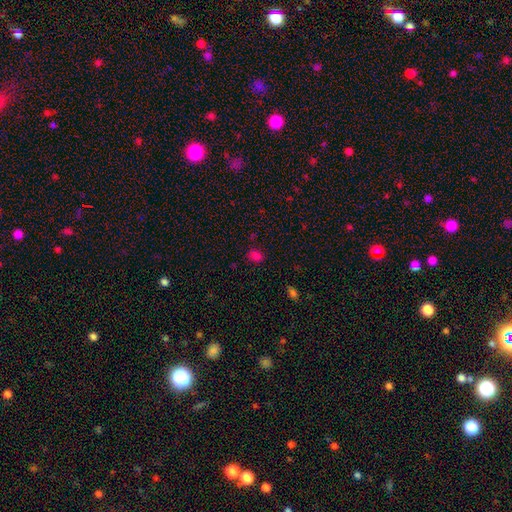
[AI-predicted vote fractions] Morphology: type=smooth (77%); roundness=in between (59%); merging=none (82%).